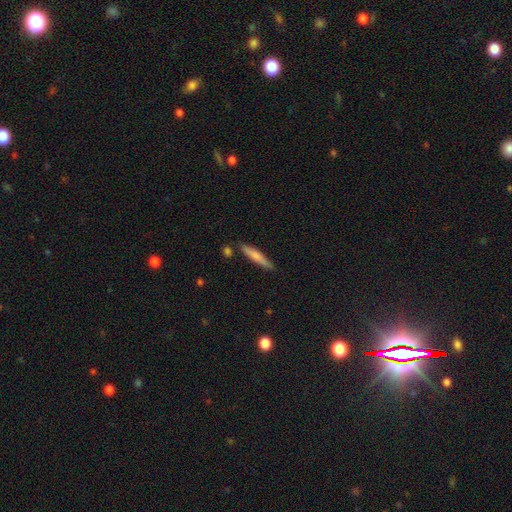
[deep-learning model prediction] The model was most divided on "smooth or featured": smooth: 71%, featured or disk: 23%, star or artifact: 5%. More confident: how rounded — cigar-shaped (91%); merging — none (84%).